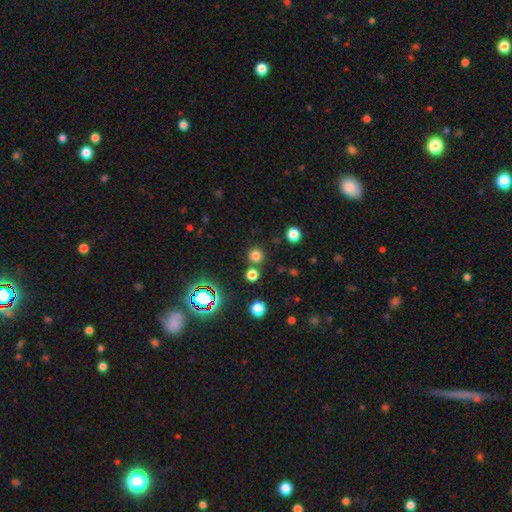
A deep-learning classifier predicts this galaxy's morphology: The model was most divided on "smooth or featured": smooth: 74%, star or artifact: 21%, featured or disk: 6%. More confident: how rounded — round (93%); merging — none (80%).